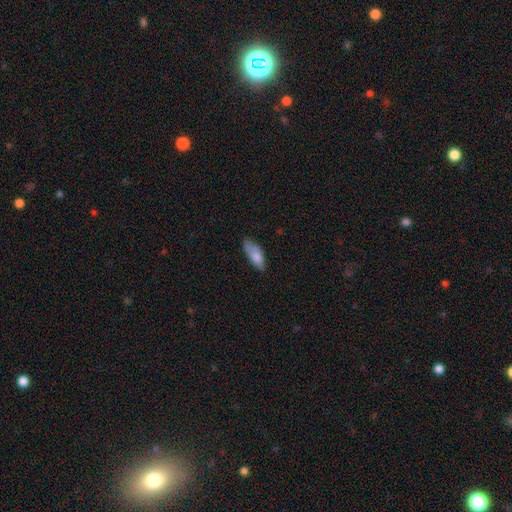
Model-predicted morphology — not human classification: Smooth or featured: smooth — 79% (featured or disk — 14%)
How rounded: in between — 76% (cigar-shaped — 22%)
Merging: none — 64% (minor disturbance — 27%)